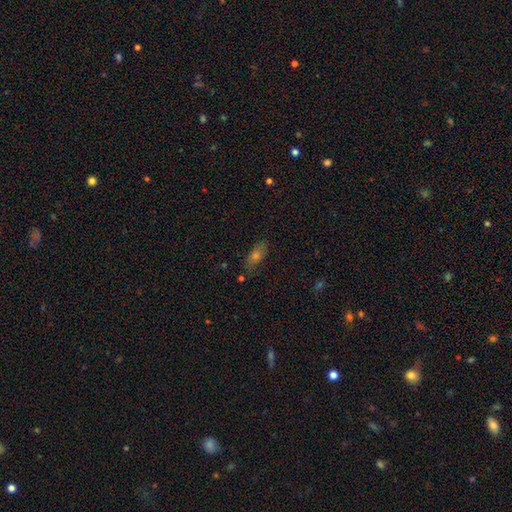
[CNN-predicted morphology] The model was most divided on "smooth or featured": smooth: 56%, featured or disk: 24%, star or artifact: 20%. More confident: merging — none (79%); how rounded — in between (67%).